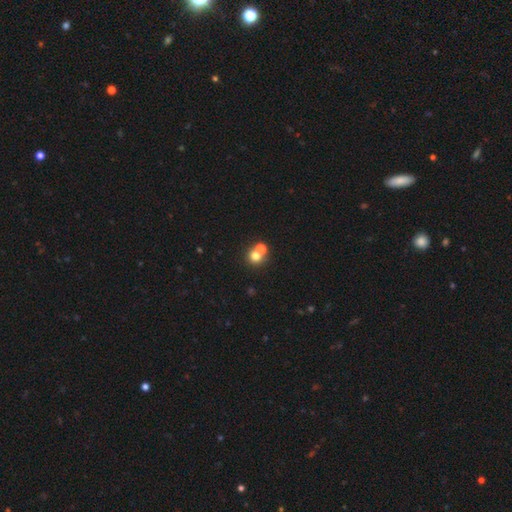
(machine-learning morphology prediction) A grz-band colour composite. It shows a smooth galaxy with no disk features (71%) that is round (86%). Merging: none (47%).